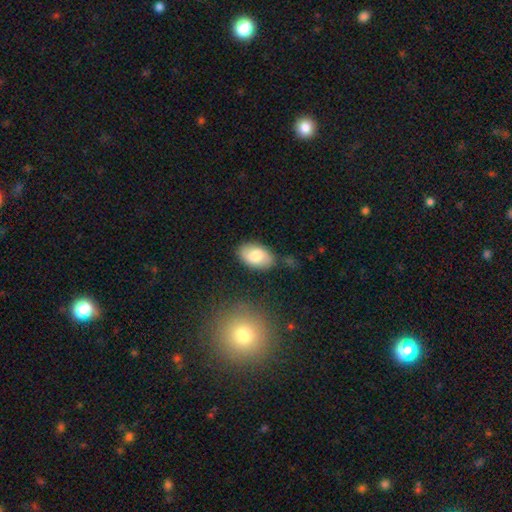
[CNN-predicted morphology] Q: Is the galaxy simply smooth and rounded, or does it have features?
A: smooth — 78%.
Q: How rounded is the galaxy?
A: in between — 93%.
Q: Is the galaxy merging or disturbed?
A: none — 78%.